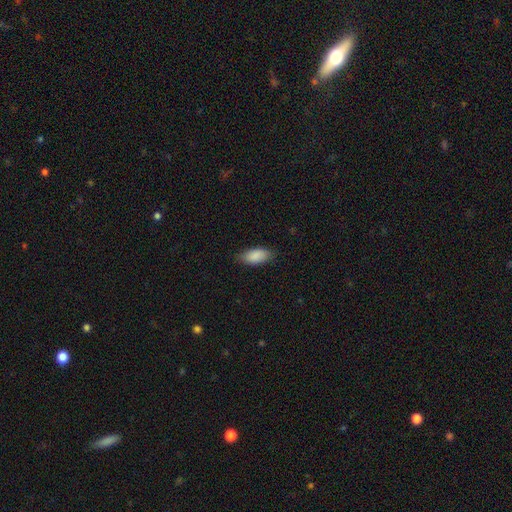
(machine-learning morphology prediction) This appears to be a smooth galaxy with no disk features (89%) that is in between round and cigar-shaped (89%). Merging: none (82%).